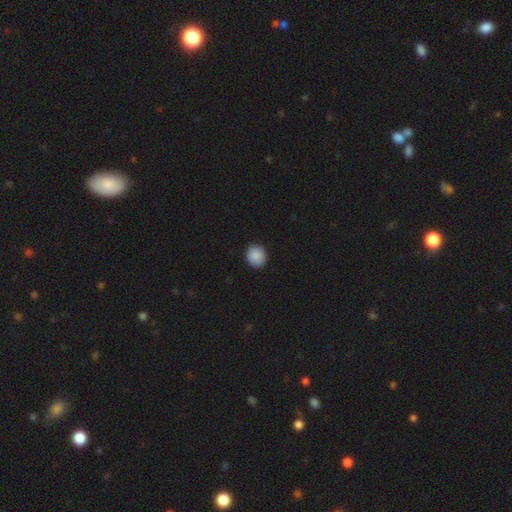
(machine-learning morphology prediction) The model was most divided on "how rounded": round: 78%, in between: 21%, cigar-shaped: 1%. More confident: merging — none (91%); smooth or featured — smooth (89%).